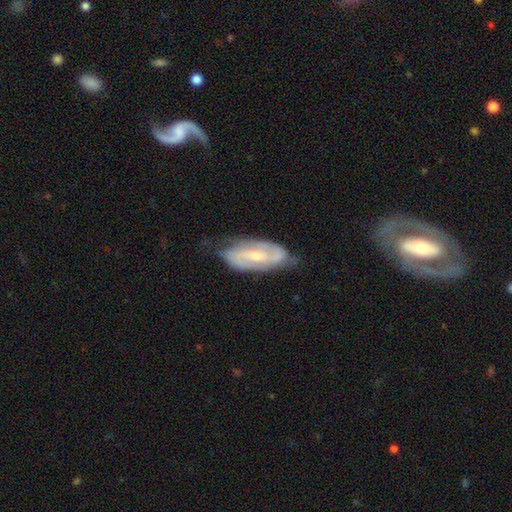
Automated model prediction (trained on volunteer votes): The model was most divided on "spiral winding": medium: 43%, tight: 39%, loose: 18%. Remaining: edge-on disk — no (93%); spiral arms — yes (92%); smooth or featured — featured or disk (78%); spiral arm count — 2 (75%); merging — none (65%); bulge size — small (58%); bar — weak (47%).